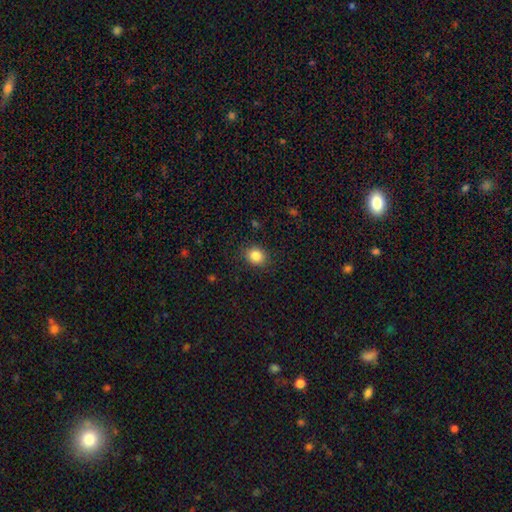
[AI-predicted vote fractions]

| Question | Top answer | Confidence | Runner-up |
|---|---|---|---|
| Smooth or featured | smooth | 85% | star or artifact (10%) |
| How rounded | round | 66% | in between (33%) |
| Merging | none | 87% | minor disturbance (9%) |